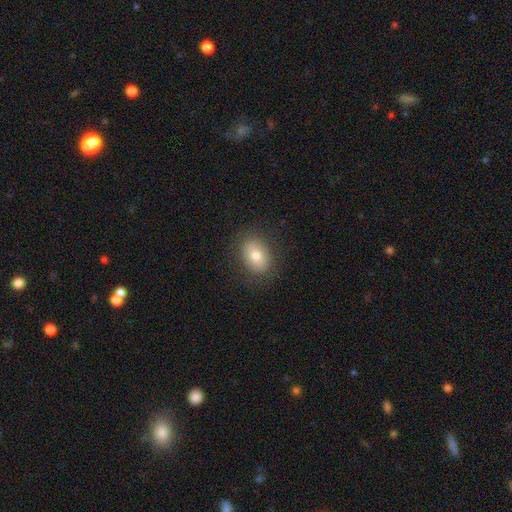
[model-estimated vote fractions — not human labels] This appears to be a smooth galaxy with no disk features (74%) that is in between round and cigar-shaped (67%). Merging: none (85%).